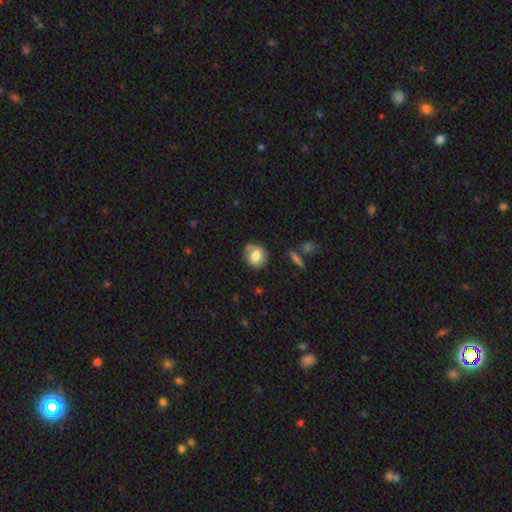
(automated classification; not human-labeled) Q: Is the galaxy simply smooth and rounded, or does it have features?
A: smooth — 71%.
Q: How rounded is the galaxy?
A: round — 68%.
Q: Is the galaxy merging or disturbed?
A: none — 68%.